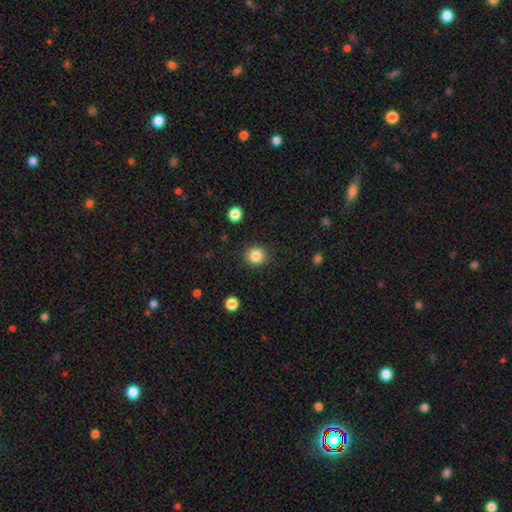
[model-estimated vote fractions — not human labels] smooth 85%, star or artifact 10%, featured or disk 5%. Down the decision tree: how rounded — round (90%); merging — none (90%).